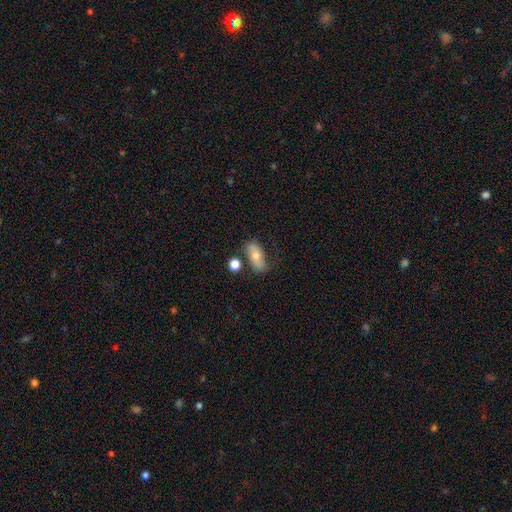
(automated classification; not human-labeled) A smooth galaxy with no disk features (60%) that is in between round and cigar-shaped (85%). Merging: none (63%).